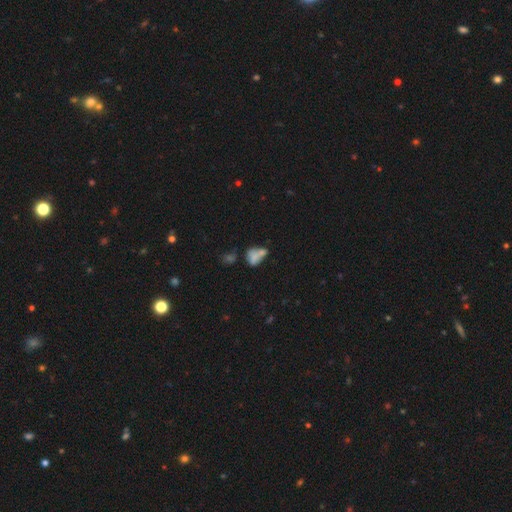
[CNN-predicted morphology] smooth 63%, featured or disk 23%, star or artifact 13%. Down the decision tree: how rounded — in between (76%); merging — merger (51%).